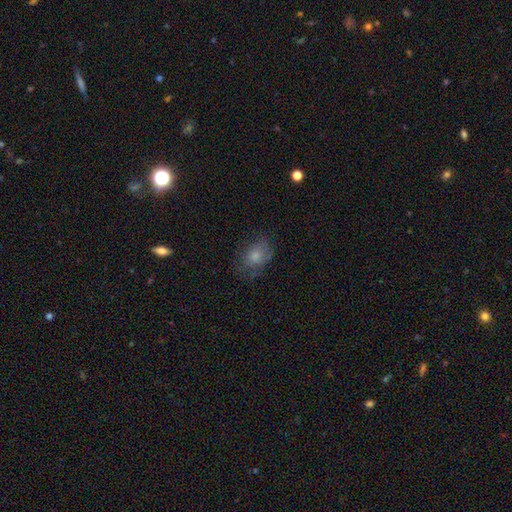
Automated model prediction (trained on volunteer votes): A smooth galaxy with no disk features (69%) that is in between round and cigar-shaped (65%).

Vote fractions:
- Smooth or featured? smooth: 69% / featured or disk: 22% / star or artifact: 9%
- How rounded? in between: 65% / round: 34% / cigar-shaped: 1%
- Merging? none: 58% / minor disturbance: 27% / major disturbance: 13% / merger: 1%